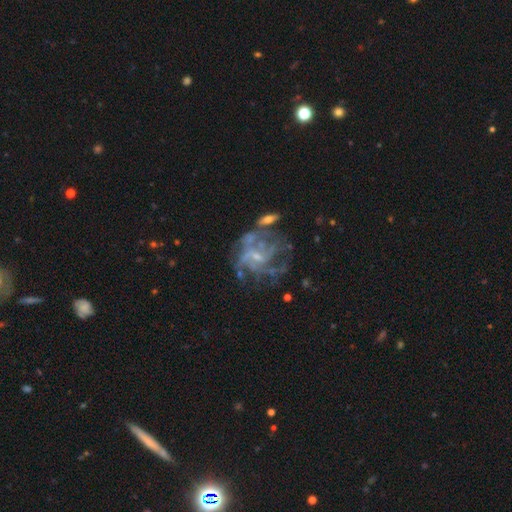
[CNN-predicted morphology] Smooth or featured? featured or disk (80%)
Edge-on disk? no (98%)
Bar? no (53%)
Spiral arms? yes (77%)
Spiral winding? medium (44%)
Spiral arm count? can't tell (40%)
Bulge size? small (63%)
Merging? none (41%)